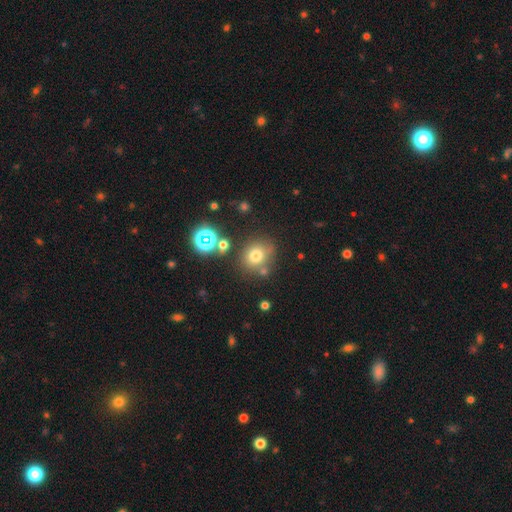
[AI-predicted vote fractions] Q: Smooth or featured?
A: smooth (71%); runner-up: star or artifact (19%)
Q: How rounded?
A: round (76%); runner-up: in between (23%)
Q: Merging?
A: none (70%); runner-up: minor disturbance (14%)